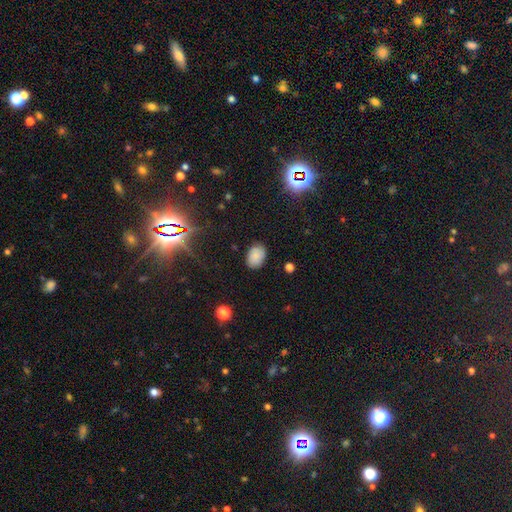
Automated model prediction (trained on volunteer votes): This appears to be a smooth galaxy with no disk features (83%) that is in between round and cigar-shaped (83%). Merging: none (85%).